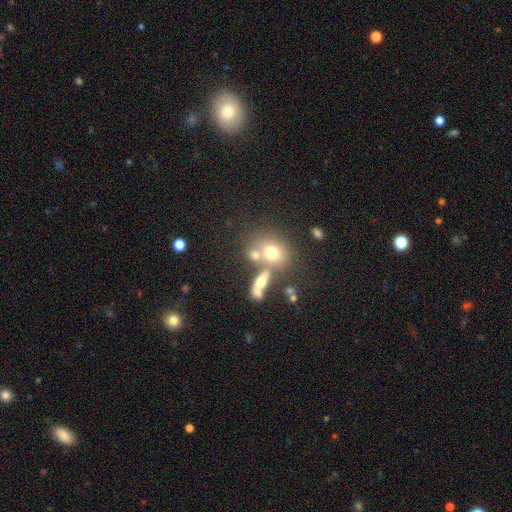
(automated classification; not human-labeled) Q: Smooth or featured?
A: smooth (64%); runner-up: featured or disk (21%)
Q: How rounded?
A: round (56%); runner-up: in between (40%)
Q: Merging?
A: none (45%); runner-up: merger (38%)